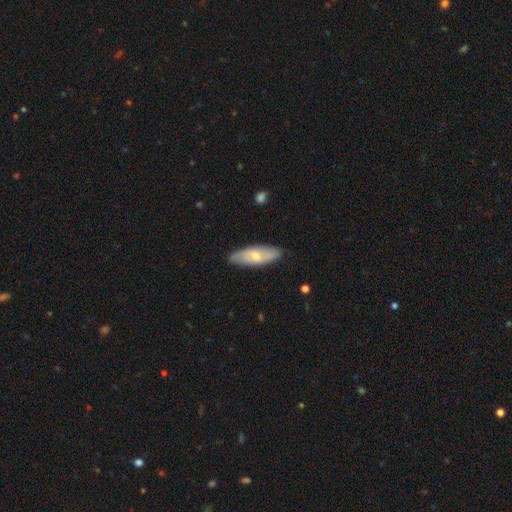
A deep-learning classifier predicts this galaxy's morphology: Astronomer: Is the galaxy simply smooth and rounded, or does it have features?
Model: smooth — 51% (runner-up: featured or disk, 43%).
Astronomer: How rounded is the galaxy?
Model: in between — 65%.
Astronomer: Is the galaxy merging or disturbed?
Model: none — 80%.